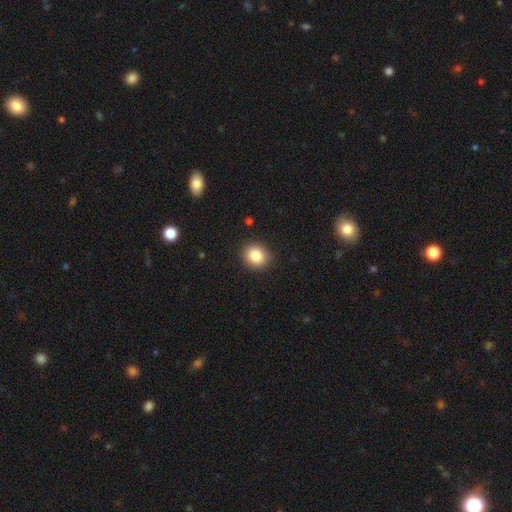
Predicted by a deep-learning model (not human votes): smooth 85%, star or artifact 9%, featured or disk 5%. Down the decision tree: how rounded — round (76%); merging — none (90%).